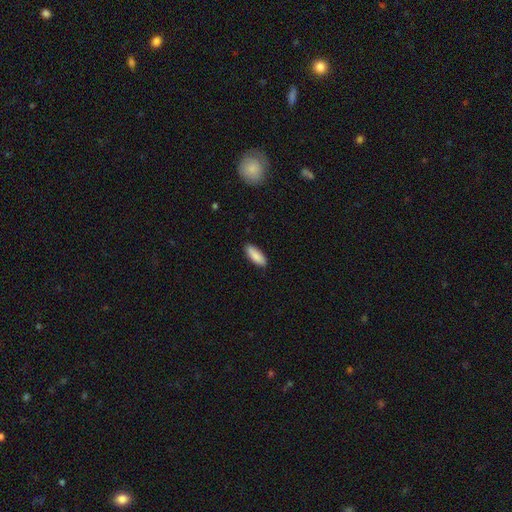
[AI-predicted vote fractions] smooth_or_featured: smooth (p=0.89) [alt: star or artifact p=0.06]
how_rounded: in between (p=0.71) [alt: cigar-shaped p=0.27]
merging: none (p=0.88) [alt: minor disturbance p=0.09]